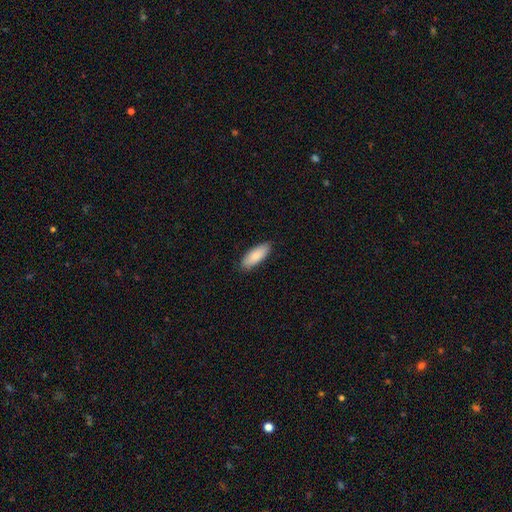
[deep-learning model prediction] Morphology: type=smooth (87%); roundness=in between (76%); merging=none (86%).